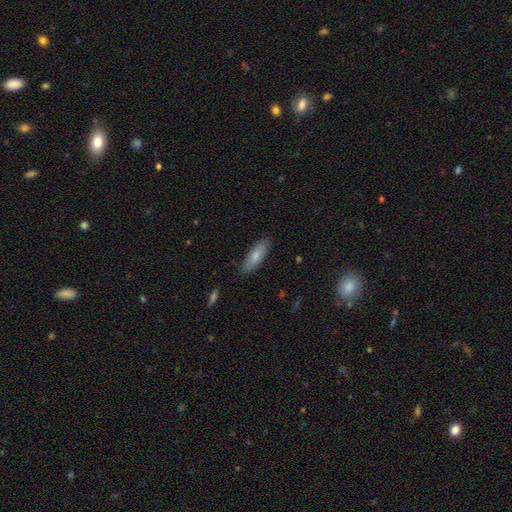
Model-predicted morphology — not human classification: Q: Smooth or featured?
A: smooth (79%); runner-up: featured or disk (15%)
Q: How rounded?
A: in between (62%); runner-up: cigar-shaped (36%)
Q: Merging?
A: none (84%); runner-up: minor disturbance (12%)